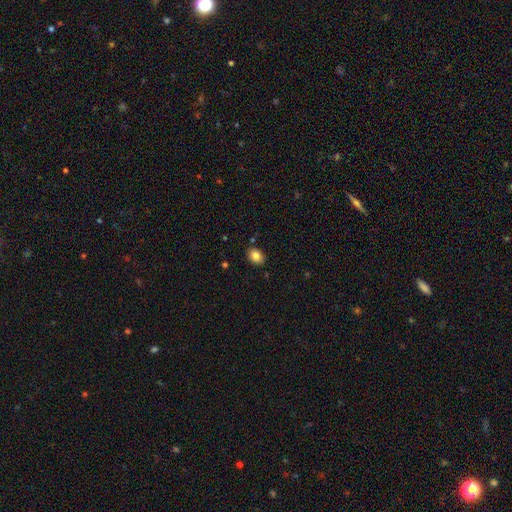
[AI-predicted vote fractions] The model was most divided on "how rounded": in between: 66%, round: 33%, cigar-shaped: 1%. More confident: merging — none (86%); smooth or featured — smooth (84%).